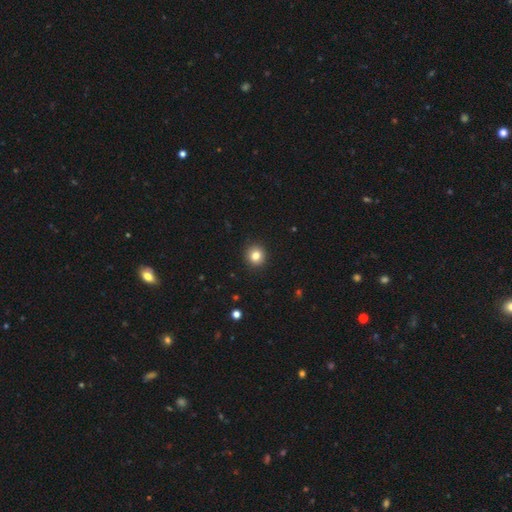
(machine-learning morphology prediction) Smooth or featured? smooth (82%)
How rounded? round (90%)
Merging? none (92%)